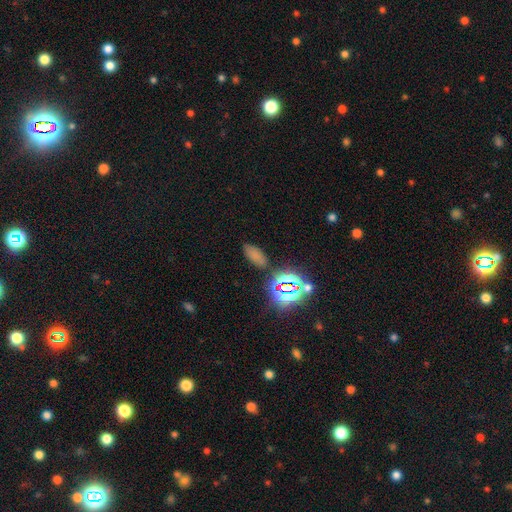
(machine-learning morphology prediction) A smooth galaxy with no disk features (66%) that is in between round and cigar-shaped (87%). Merging: none (79%).